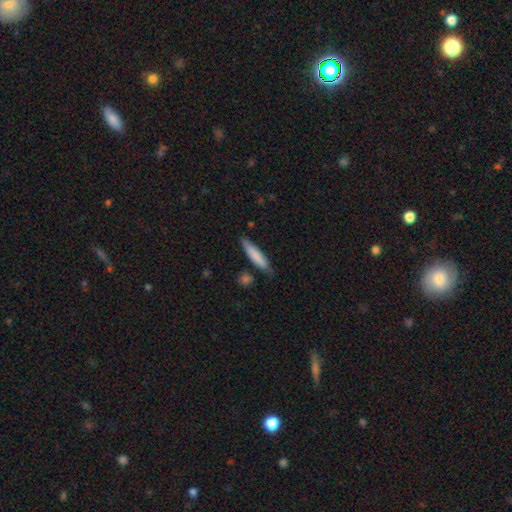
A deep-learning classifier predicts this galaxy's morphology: Smooth or featured? smooth (79%)
How rounded? cigar-shaped (85%)
Merging? none (76%)